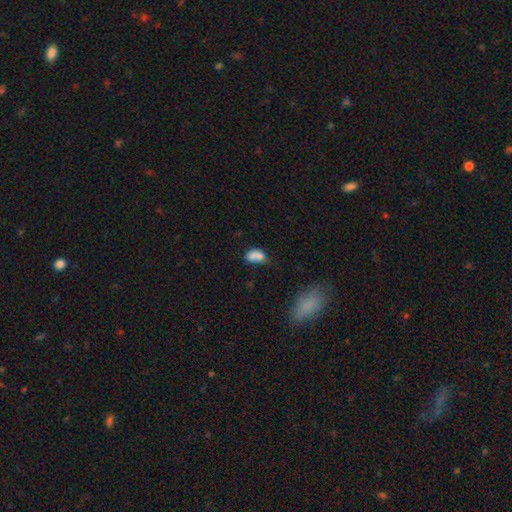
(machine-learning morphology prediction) This appears to be a smooth galaxy with no disk features (74%) that is in between round and cigar-shaped (81%). Merging: merger (40%).